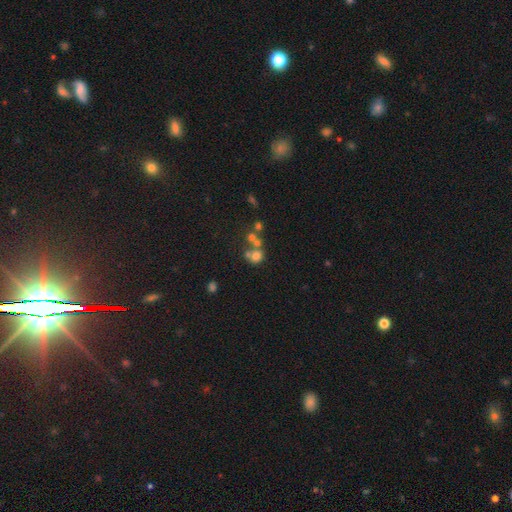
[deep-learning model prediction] smooth-or-featured: smooth: 62% | featured or disk: 21% | star or artifact: 17%
  how-rounded: round: 79% | in between: 20% | cigar-shaped: 1%
  merging: merger: 45% | none: 40% | minor disturbance: 9% | major disturbance: 6%